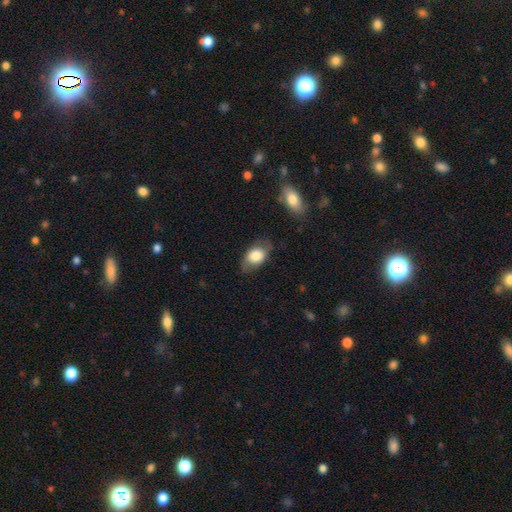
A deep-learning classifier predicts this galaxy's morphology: A smooth galaxy with no disk features (73%) that is in between round and cigar-shaped (84%).

Vote fractions:
- Smooth or featured? smooth: 73% / featured or disk: 21% / star or artifact: 7%
- How rounded? in between: 84% / round: 14% / cigar-shaped: 2%
- Merging? none: 69% / minor disturbance: 22% / major disturbance: 7% / merger: 2%